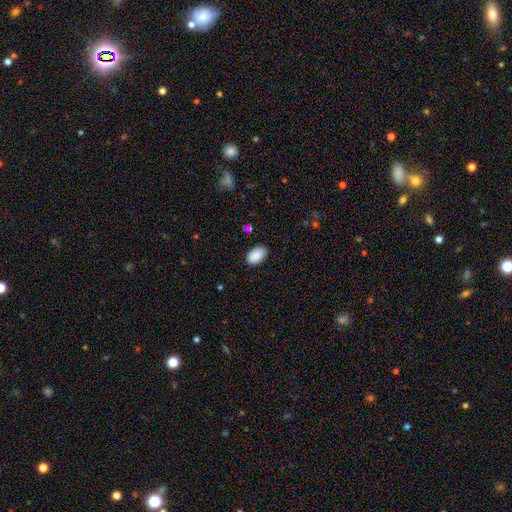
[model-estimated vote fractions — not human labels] Smooth or featured? Predicted: smooth (p=0.90). How rounded? Predicted: in between (p=0.93). Merging? Predicted: none (p=0.86).